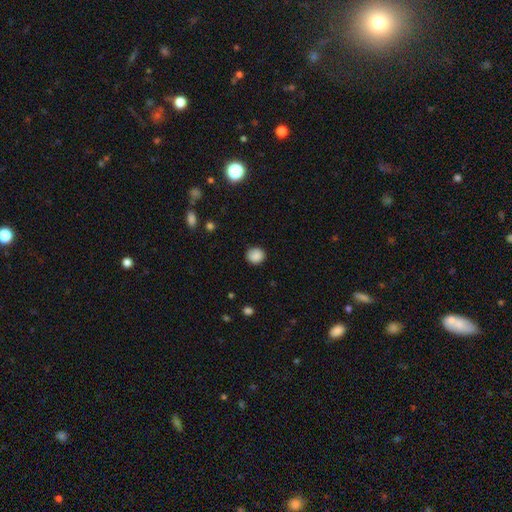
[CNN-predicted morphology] This appears to be a smooth galaxy with no disk features (88%) that is round (84%). Merging: none (87%).